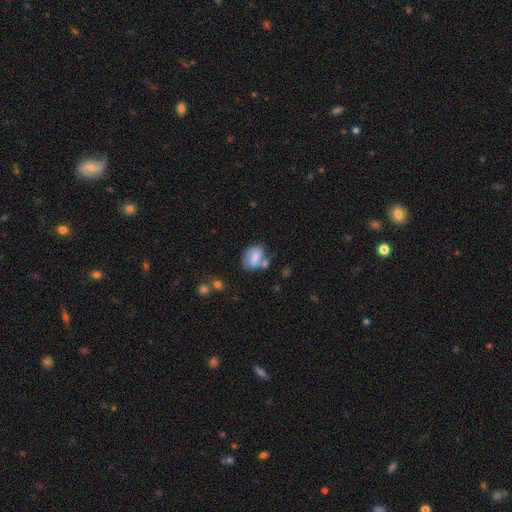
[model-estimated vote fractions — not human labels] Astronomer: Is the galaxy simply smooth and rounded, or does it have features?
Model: smooth — 67%.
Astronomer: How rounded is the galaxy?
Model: in between — 65%.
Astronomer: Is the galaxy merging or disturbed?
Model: none — 45% (runner-up: merger, 24%).